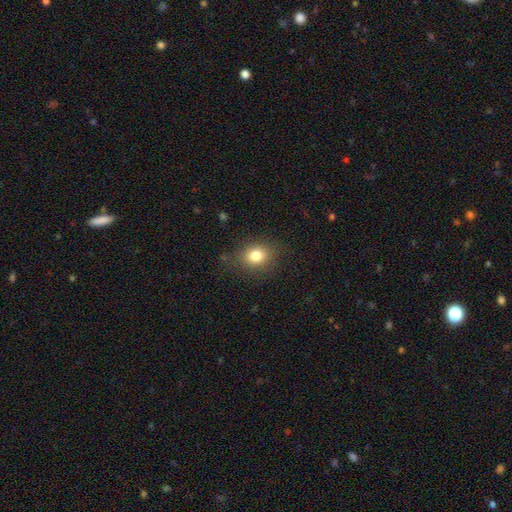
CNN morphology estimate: Smooth or featured: smooth — 80% (star or artifact — 12%)
How rounded: round — 59% (in between — 40%)
Merging: none — 82% (minor disturbance — 13%)